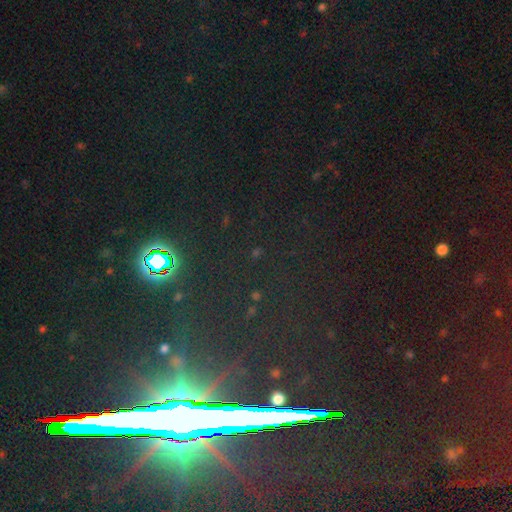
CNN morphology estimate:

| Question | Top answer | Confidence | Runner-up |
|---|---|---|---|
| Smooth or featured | star or artifact | 77% | smooth (13%) |